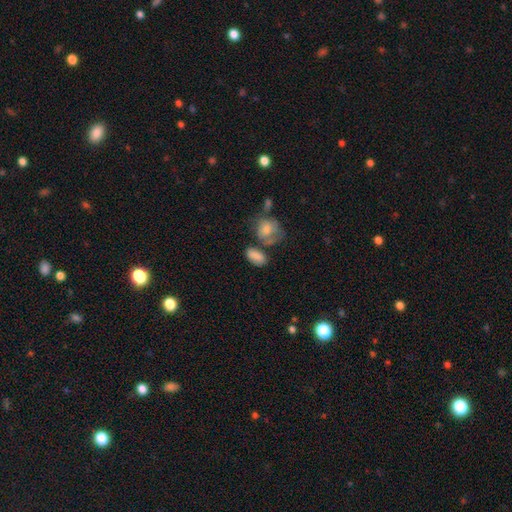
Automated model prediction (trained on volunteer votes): Smooth or featured? smooth (81%)
How rounded? in between (87%)
Merging? none (50%)